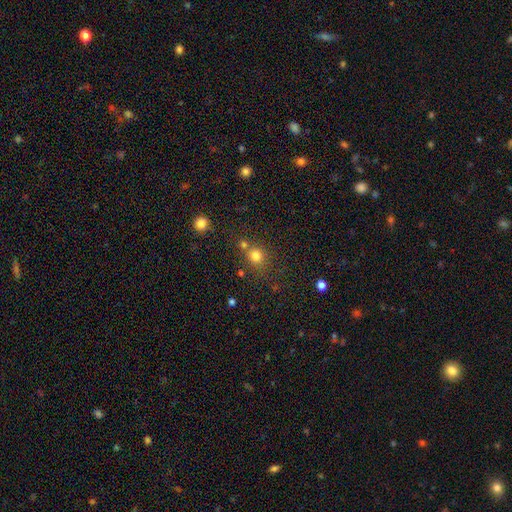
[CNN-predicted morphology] This appears to be a smooth galaxy with no disk features (77%) that is round (82%). Merging: none (65%).